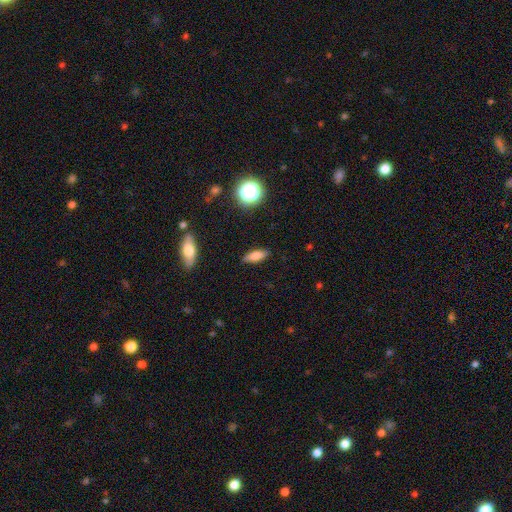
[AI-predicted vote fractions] Smooth or featured?
  - smooth: 74% *
  - featured or disk: 16%
  - star or artifact: 10%
How rounded?
  - in between: 67% *
  - cigar-shaped: 29%
  - round: 4%
Merging?
  - none: 86% *
  - minor disturbance: 11%
  - major disturbance: 2%
  - merger: 1%